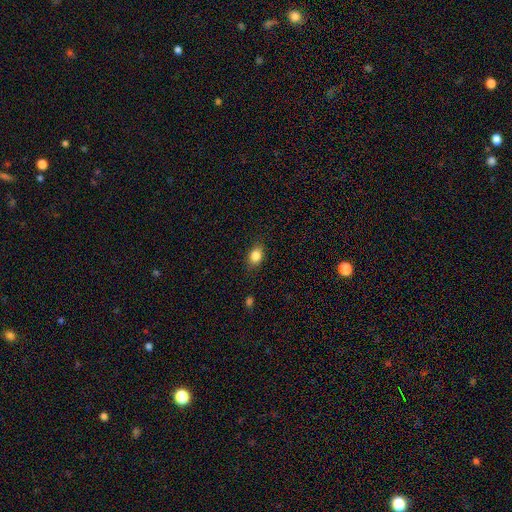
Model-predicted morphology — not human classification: smooth-or-featured: smooth: 85% | star or artifact: 9% | featured or disk: 6%
  how-rounded: in between: 72% | round: 26% | cigar-shaped: 2%
  merging: none: 83% | minor disturbance: 12% | major disturbance: 3% | merger: 1%